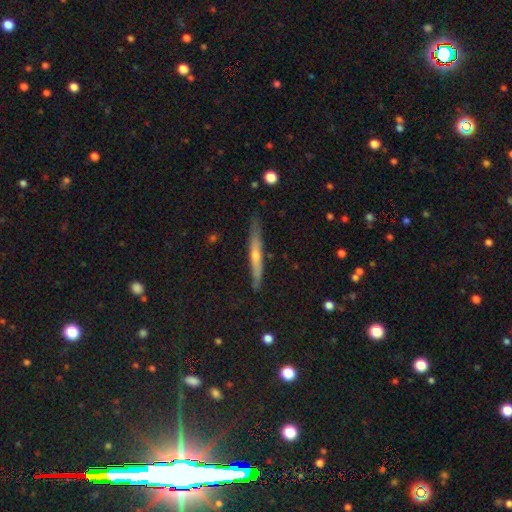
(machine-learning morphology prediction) A featured or disk galaxy (58%) viewed edge-on (93%) with a rounded central bulge (68%).

Vote fractions:
- Smooth or featured? featured or disk: 58% / smooth: 35% / star or artifact: 8%
- Edge-on disk? yes: 93% / no: 7%
- Edge-on bulge? rounded: 68% / none: 29% / boxy: 4%
- Merging? none: 81% / minor disturbance: 15% / major disturbance: 2% / merger: 2%